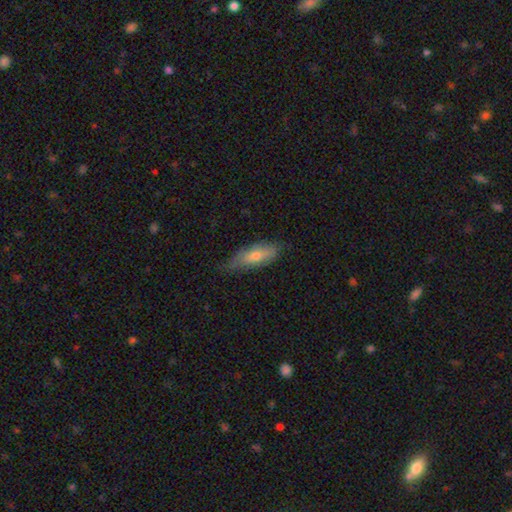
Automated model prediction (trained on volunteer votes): Morphology: type=smooth (66%); roundness=in between (66%); merging=none (63%).